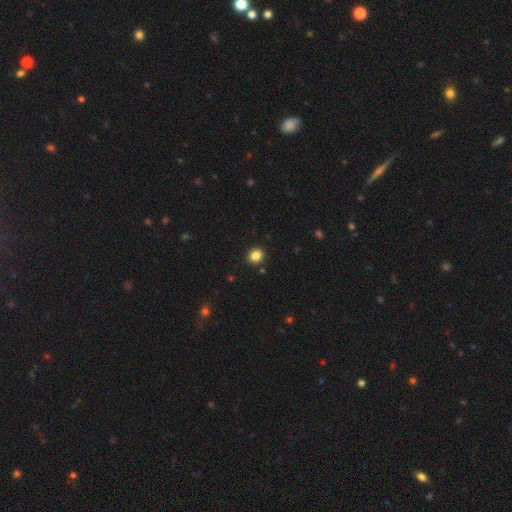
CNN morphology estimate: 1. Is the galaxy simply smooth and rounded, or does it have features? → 85% smooth, 11% star or artifact, 4% featured or disk.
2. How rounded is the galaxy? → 74% round, 25% in between, 1% cigar-shaped.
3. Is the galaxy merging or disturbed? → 92% none, 5% minor disturbance, 2% major disturbance, 1% merger.